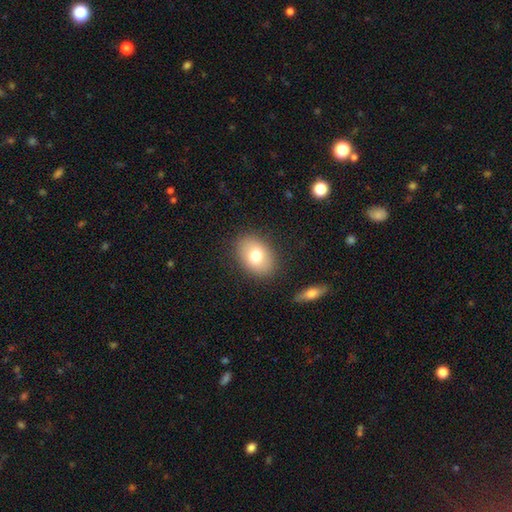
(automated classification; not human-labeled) Morphology: type=smooth (75%); roundness=in between (73%); merging=none (86%).